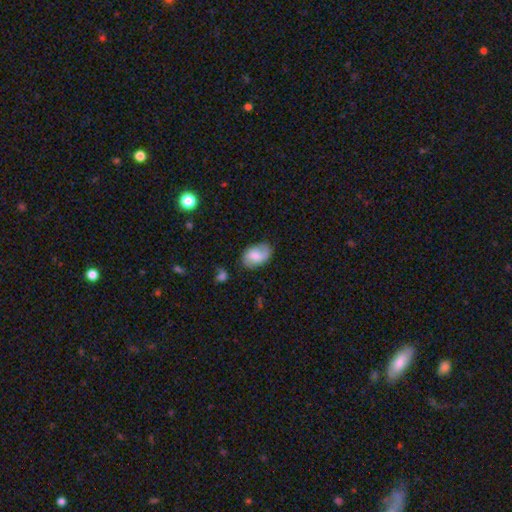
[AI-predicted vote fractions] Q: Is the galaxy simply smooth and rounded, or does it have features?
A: smooth — 65%.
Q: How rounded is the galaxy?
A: in between — 90%.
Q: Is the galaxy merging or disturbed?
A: none — 74%.